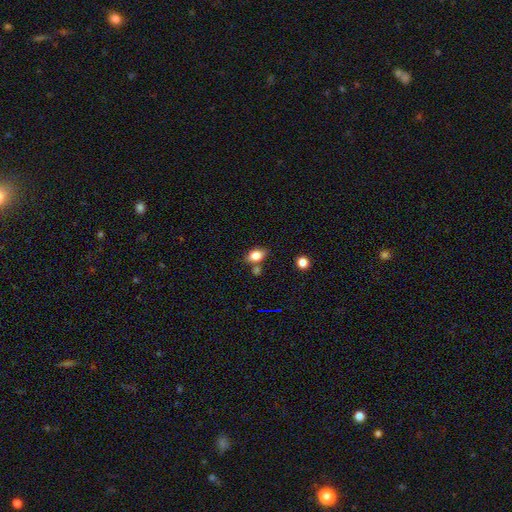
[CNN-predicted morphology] Smooth or featured? smooth (79%)
How rounded? in between (78%)
Merging? none (67%)